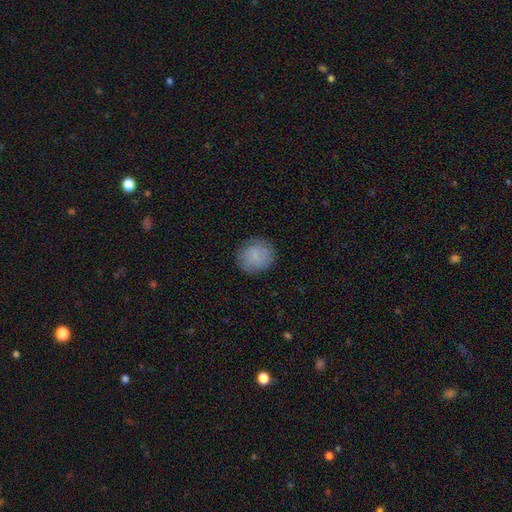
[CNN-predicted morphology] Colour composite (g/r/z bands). It shows a smooth galaxy with no disk features (78%) that is round (82%). Merging: none (84%).